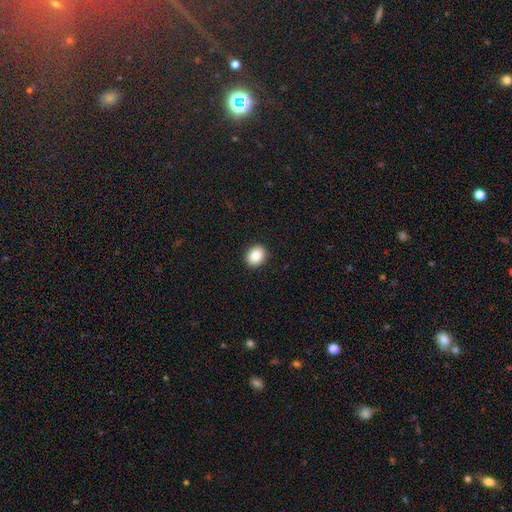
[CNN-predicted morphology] smooth_or_featured: smooth (p=0.88) [alt: star or artifact p=0.08]
how_rounded: round (p=0.55) [alt: in between p=0.44]
merging: none (p=0.92) [alt: minor disturbance p=0.06]